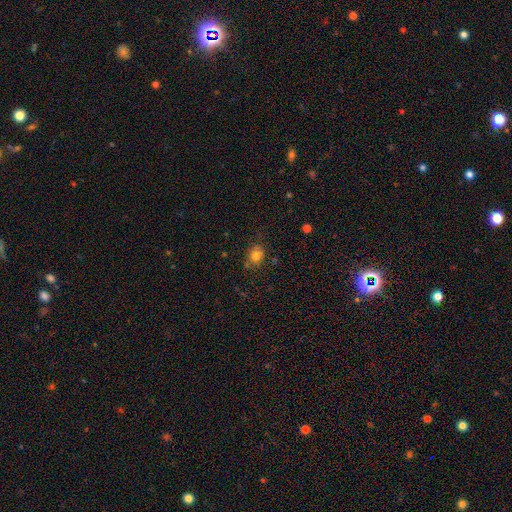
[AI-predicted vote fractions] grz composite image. It shows a smooth galaxy with no disk features (78%) that is round (64%). Merging: none (72%).